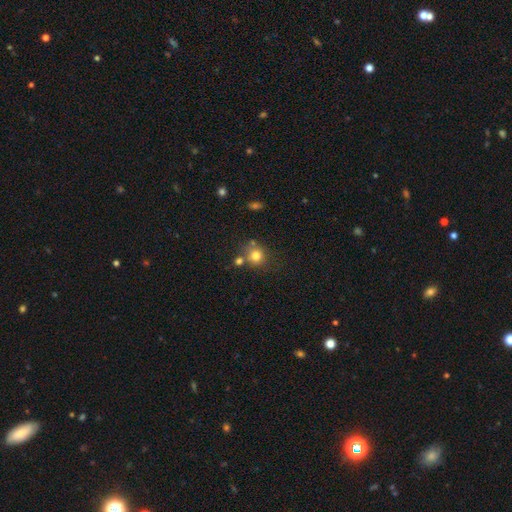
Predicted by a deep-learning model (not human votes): Overall: smooth (78%). How rounded: round (85%). Merging: none (63%).